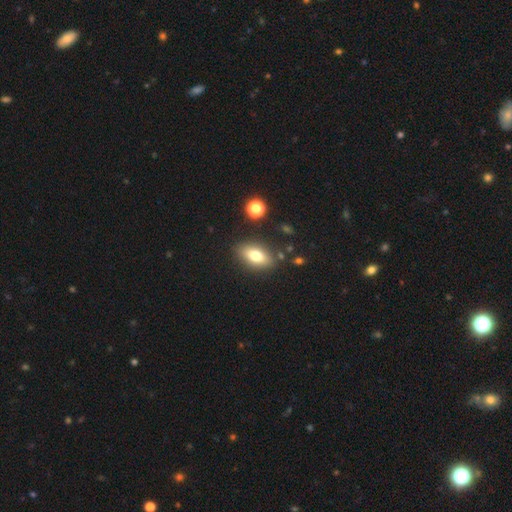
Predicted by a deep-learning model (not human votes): A smooth galaxy with no disk features (73%) that is in between round and cigar-shaped (85%).

Vote fractions:
- Smooth or featured? smooth: 73% / featured or disk: 17% / star or artifact: 9%
- How rounded? in between: 85% / round: 8% / cigar-shaped: 7%
- Merging? none: 84% / minor disturbance: 10% / merger: 3% / major disturbance: 3%